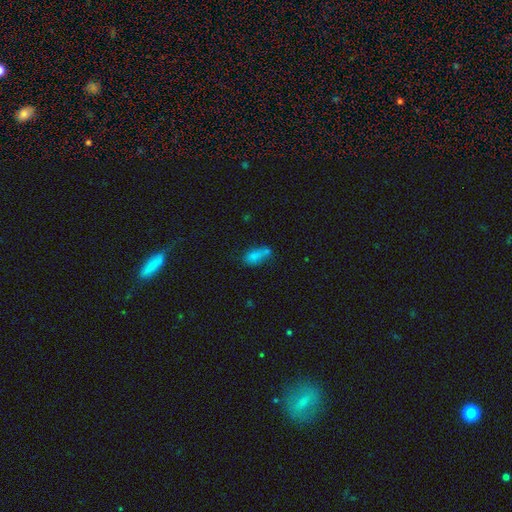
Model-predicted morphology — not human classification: smooth_or_featured: smooth (p=0.76) [alt: featured or disk p=0.13]
how_rounded: in between (p=0.83) [alt: cigar-shaped p=0.09]
merging: merger (p=0.36) [alt: none p=0.33]